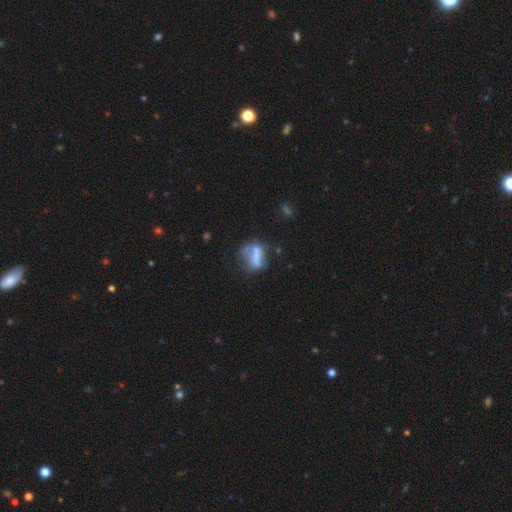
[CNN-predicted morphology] smooth 44% (tied), featured or disk 44% (tied), star or artifact 12%. Down the decision tree: merging — major disturbance (32%).